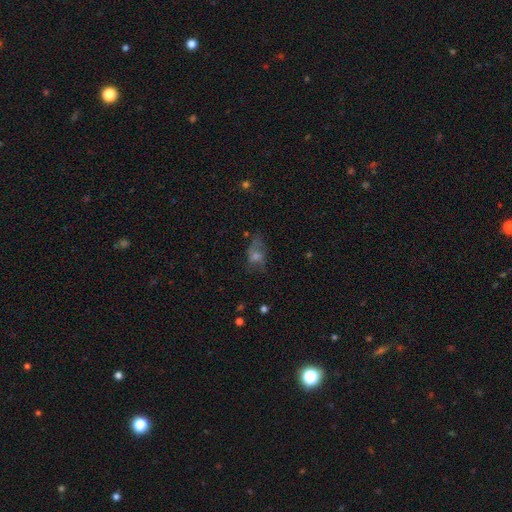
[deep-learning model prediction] Overall: smooth (47%; featured or disk 31%). Merging: none (43%; major disturbance 27%).